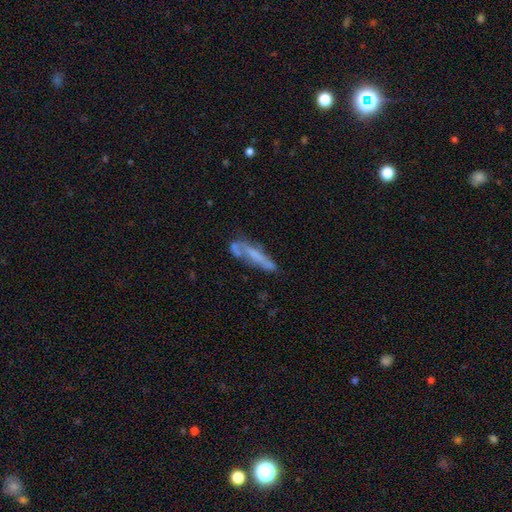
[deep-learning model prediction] The model was most divided on "smooth or featured": featured or disk: 49%, smooth: 42%, star or artifact: 9%. Remaining: merging — none (47%).